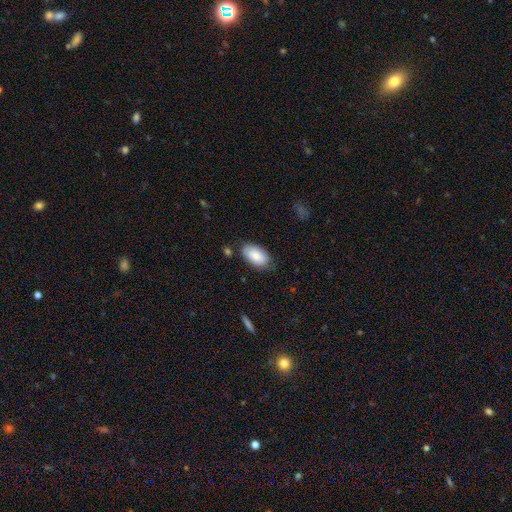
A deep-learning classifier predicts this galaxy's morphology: smooth_or_featured: smooth (p=0.85) [alt: featured or disk p=0.09]
how_rounded: in between (p=0.95) [alt: round p=0.03]
merging: none (p=0.77) [alt: minor disturbance p=0.17]